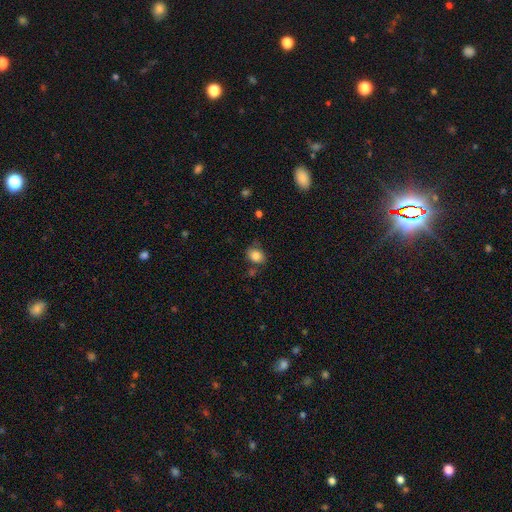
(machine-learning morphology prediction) Q: Smooth or featured?
A: smooth (82%); runner-up: star or artifact (9%)
Q: How rounded?
A: in between (49%); tied with: round (49%)
Q: Merging?
A: none (63%); runner-up: minor disturbance (24%)